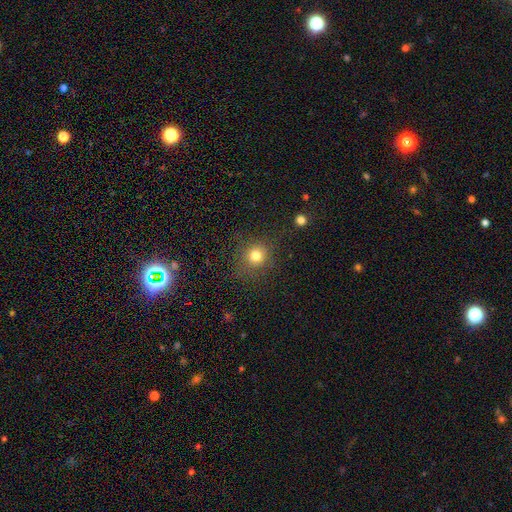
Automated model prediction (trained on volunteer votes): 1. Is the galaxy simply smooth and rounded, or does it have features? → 78% smooth, 15% star or artifact, 7% featured or disk.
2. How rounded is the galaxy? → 89% round, 10% in between, 1% cigar-shaped.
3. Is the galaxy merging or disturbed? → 82% none, 11% minor disturbance, 5% major disturbance, 2% merger.